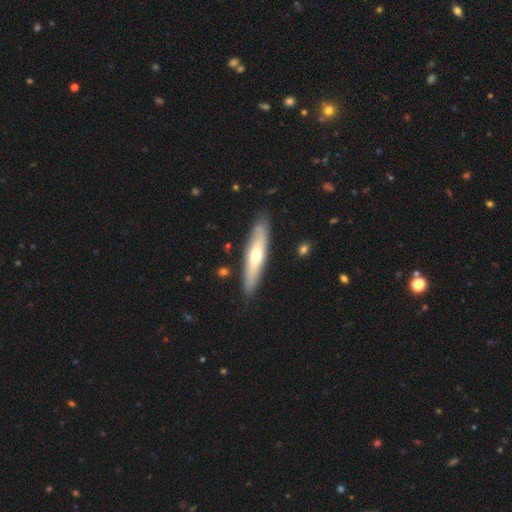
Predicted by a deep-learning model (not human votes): This appears to be a smooth galaxy with no disk features (48%). Merging: none (87%).